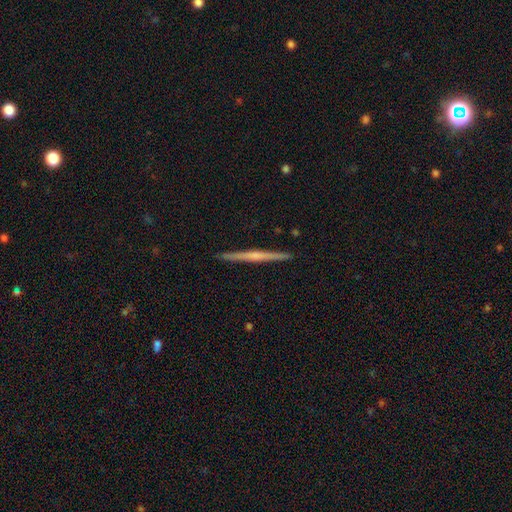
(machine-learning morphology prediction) Overall: featured or disk (69%). Edge-on disk: yes (98%). Edge-on bulge: none (46%; rounded 45%). Merging: none (93%).